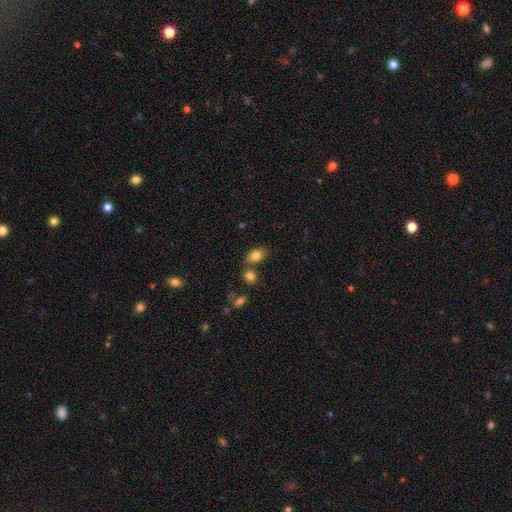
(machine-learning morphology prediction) Overall: smooth (82%). How rounded: in between (82%). Merging: none (65%).